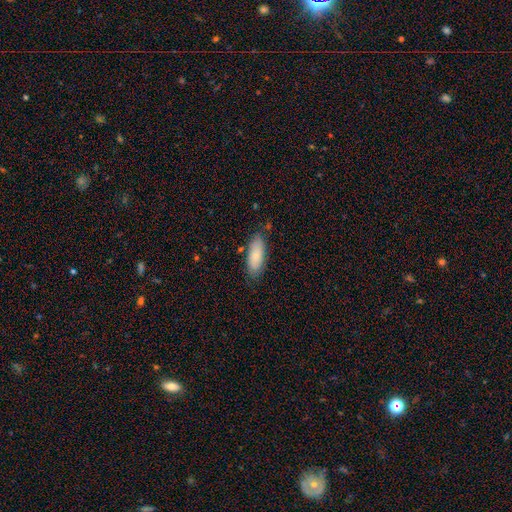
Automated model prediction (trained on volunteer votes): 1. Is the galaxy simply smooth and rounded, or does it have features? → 81% smooth, 13% featured or disk, 6% star or artifact.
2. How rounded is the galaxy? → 74% in between, 25% cigar-shaped, 2% round.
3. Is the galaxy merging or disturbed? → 78% none, 17% minor disturbance, 3% major disturbance, 3% merger.